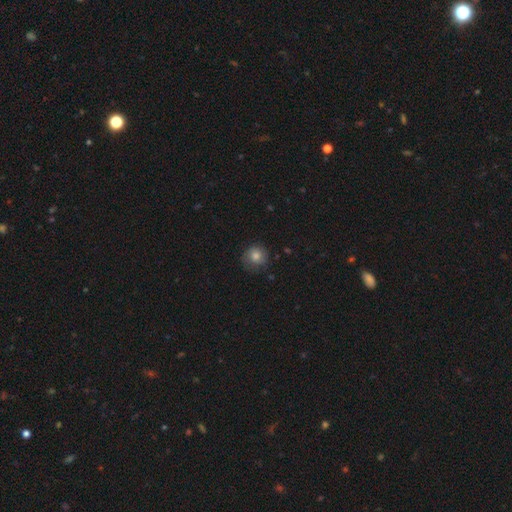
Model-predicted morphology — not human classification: Smooth or featured? smooth (76%)
How rounded? round (89%)
Merging? none (73%)